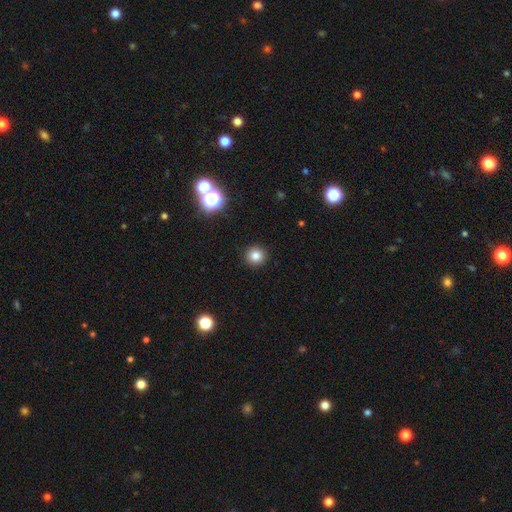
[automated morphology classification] A smooth galaxy with no disk features (81%) that is round (94%).

Vote fractions:
- Smooth or featured? smooth: 81% / star or artifact: 13% / featured or disk: 6%
- How rounded? round: 94% / in between: 5% / cigar-shaped: 1%
- Merging? none: 92% / minor disturbance: 5% / major disturbance: 2% / merger: 1%